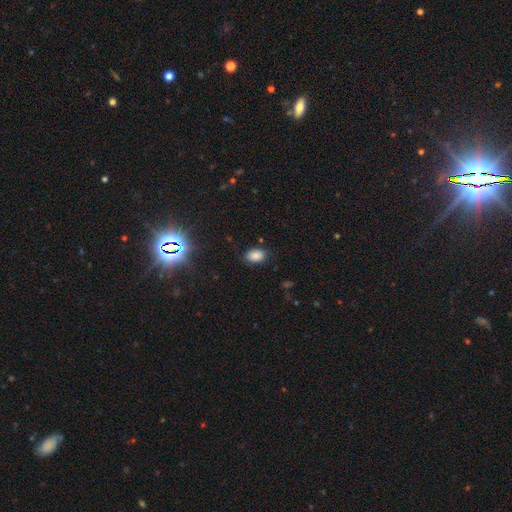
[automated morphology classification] smooth_or_featured: smooth (p=0.84) [alt: star or artifact p=0.12]
how_rounded: in between (p=0.85) [alt: round p=0.14]
merging: none (p=0.84) [alt: minor disturbance p=0.12]